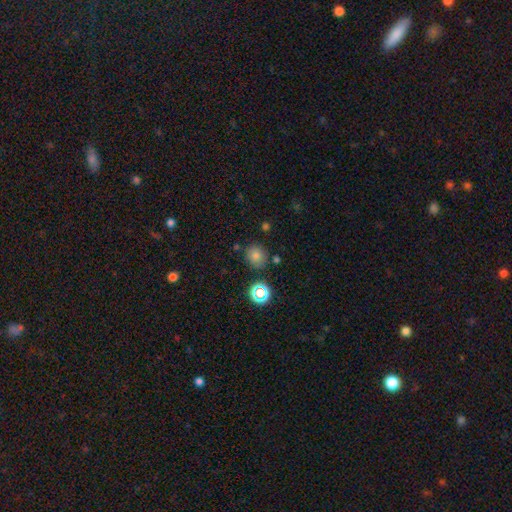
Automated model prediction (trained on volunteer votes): Overall: smooth (75%). How rounded: round (80%). Merging: none (80%).